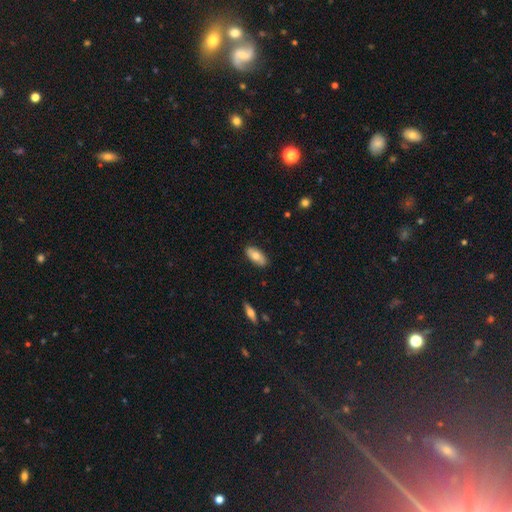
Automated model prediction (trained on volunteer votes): A smooth galaxy with no disk features (71%) that is in between round and cigar-shaped (86%). Merging: none (86%).